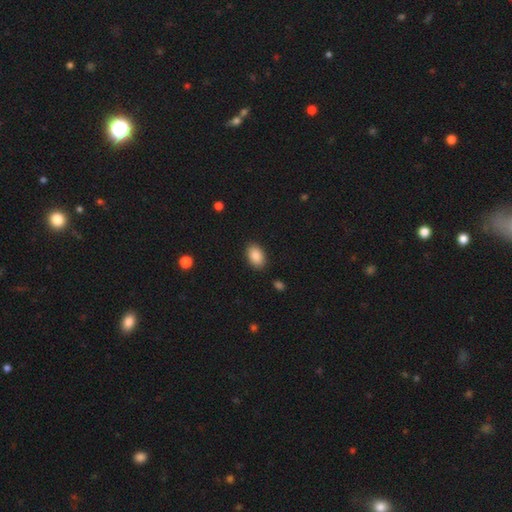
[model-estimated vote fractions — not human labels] The model was most divided on "merging": none: 88%, minor disturbance: 9%, major disturbance: 2%, merger: 1%. More confident: how rounded — in between (90%); smooth or featured — smooth (88%).